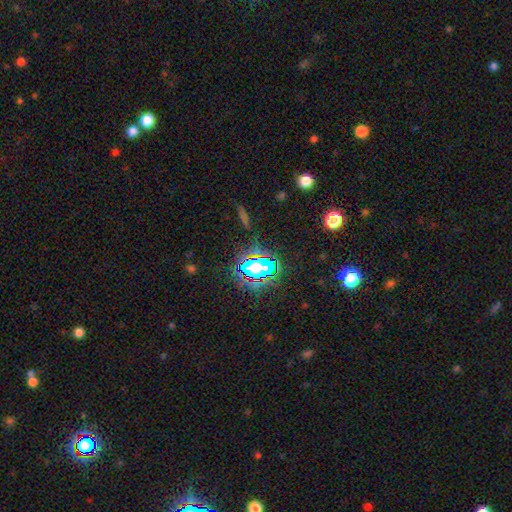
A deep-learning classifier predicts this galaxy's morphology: smooth-or-featured: star or artifact: 57% | smooth: 29% | featured or disk: 13%